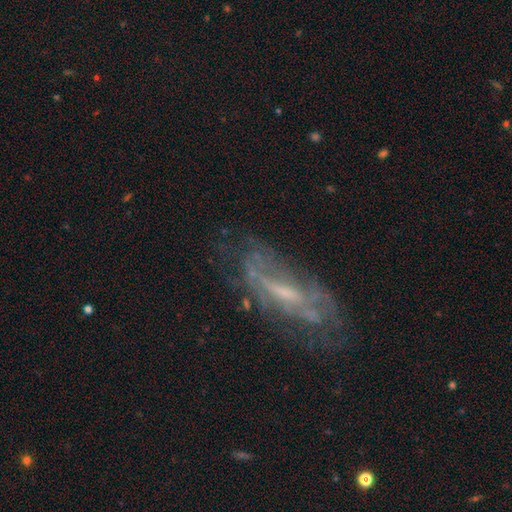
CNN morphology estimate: Smooth or featured? featured or disk (69%)
Edge-on disk? no (77%)
Bar? weak (42%)
Spiral arms? yes (56%)
Bulge size? small (41%)
Merging? none (55%)